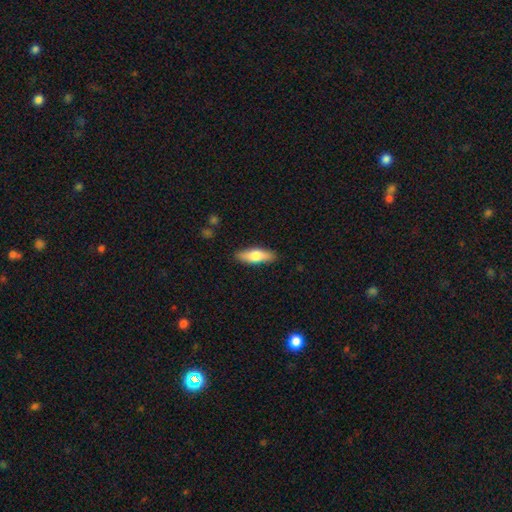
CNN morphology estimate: smooth 69%, featured or disk 26%, star or artifact 6%. Down the decision tree: how rounded — in between (56%); merging — none (88%).